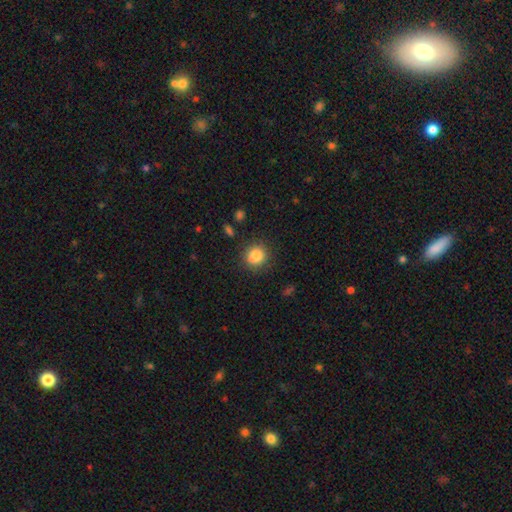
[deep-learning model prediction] Smooth or featured: smooth — 85% (star or artifact — 10%)
How rounded: round — 84% (in between — 15%)
Merging: none — 87% (minor disturbance — 9%)